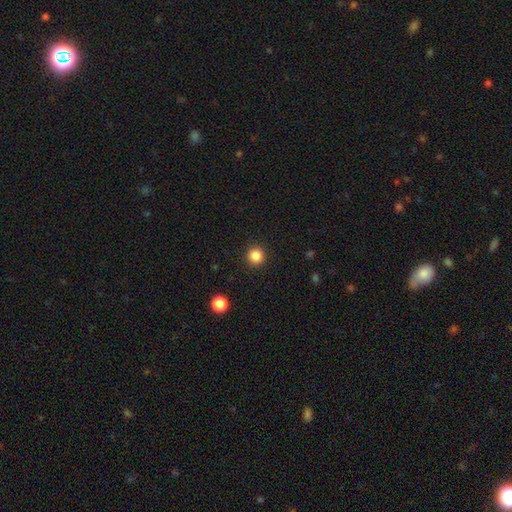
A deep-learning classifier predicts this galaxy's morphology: smooth_or_featured: smooth (p=0.85) [alt: star or artifact p=0.12]
how_rounded: round (p=0.95) [alt: in between p=0.04]
merging: none (p=0.92) [alt: minor disturbance p=0.05]